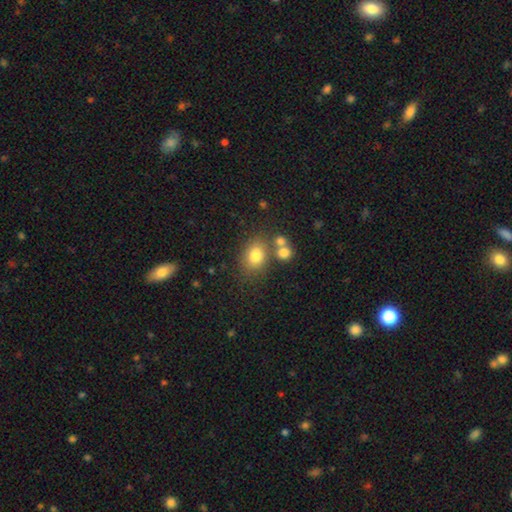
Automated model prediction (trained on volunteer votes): Smooth or featured?
  - smooth: 78% *
  - star or artifact: 12%
  - featured or disk: 10%
How rounded?
  - in between: 55% *
  - round: 44%
  - cigar-shaped: 1%
Merging?
  - none: 64% *
  - merger: 18%
  - minor disturbance: 13%
  - major disturbance: 5%